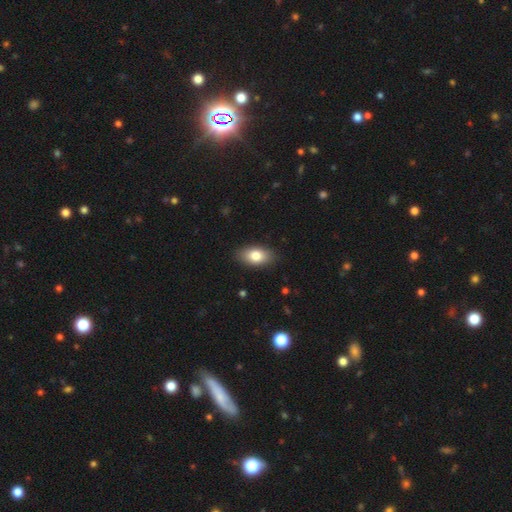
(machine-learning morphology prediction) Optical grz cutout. It shows a smooth galaxy with no disk features (80%) that is in between round and cigar-shaped (90%). Merging: none (87%).